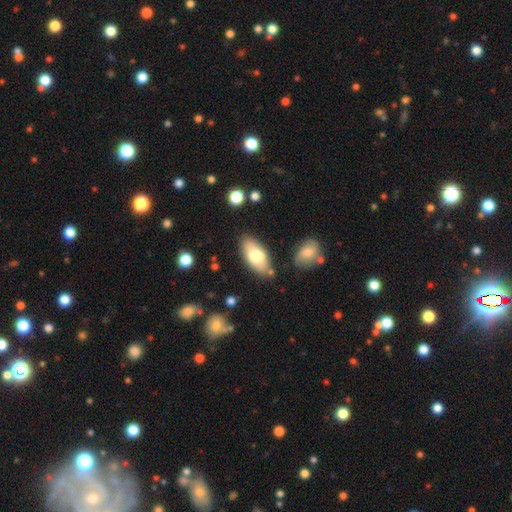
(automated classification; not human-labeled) This is likely a smooth galaxy (70%). How rounded: clearly in between (91%). Merging: likely none (77%).